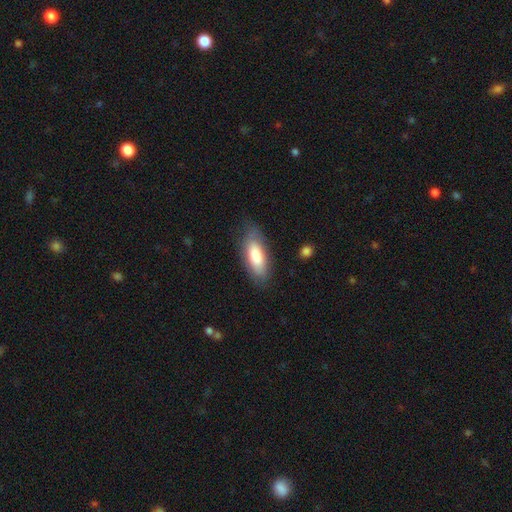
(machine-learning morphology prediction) smooth 78%, featured or disk 16%, star or artifact 6%. Down the decision tree: how rounded — in between (74%); merging — none (77%).